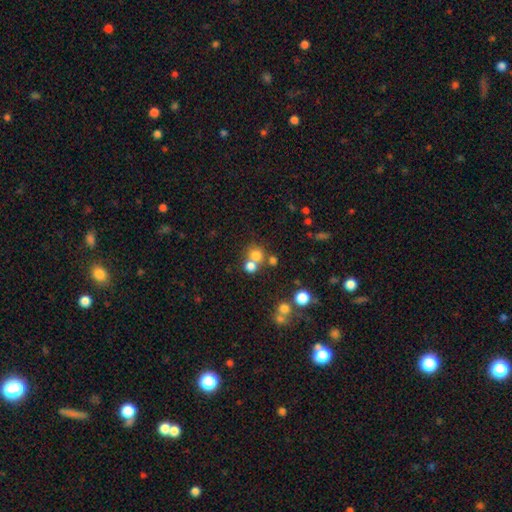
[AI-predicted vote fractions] A smooth galaxy with no disk features (71%) that is round (86%).

Vote fractions:
- Smooth or featured? smooth: 71% / star or artifact: 17% / featured or disk: 12%
- How rounded? round: 86% / in between: 13% / cigar-shaped: 1%
- Merging? none: 51% / merger: 39% / minor disturbance: 7% / major disturbance: 4%